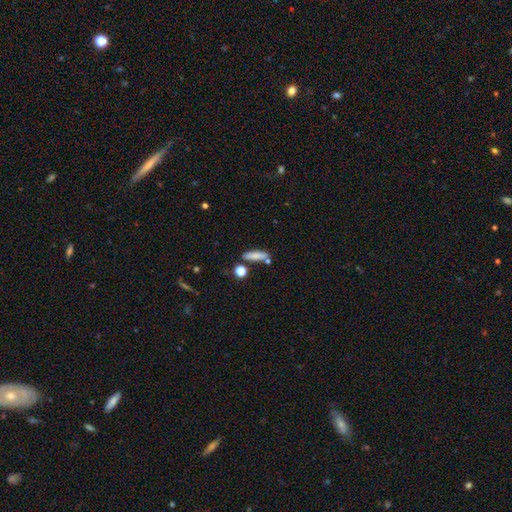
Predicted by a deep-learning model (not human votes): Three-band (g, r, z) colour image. It shows a smooth galaxy with no disk features (79%) that is cigar-shaped (67%). Merging: none (70%).